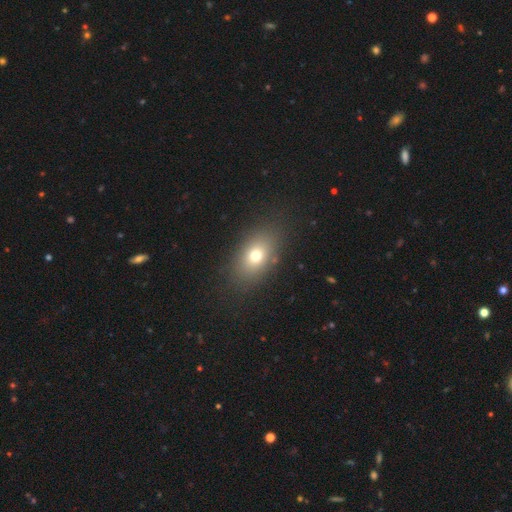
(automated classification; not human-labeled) Morphology: type=smooth (72%); roundness=in between (79%); merging=none (84%).